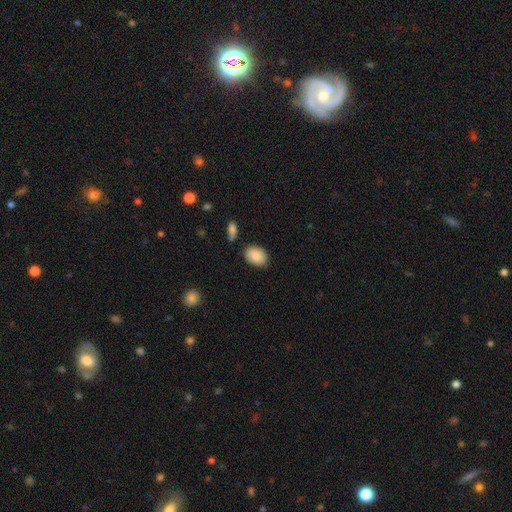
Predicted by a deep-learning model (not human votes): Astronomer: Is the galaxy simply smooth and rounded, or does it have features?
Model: smooth — 87%.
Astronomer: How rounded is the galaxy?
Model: in between — 83%.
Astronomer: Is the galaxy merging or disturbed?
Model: none — 80%.